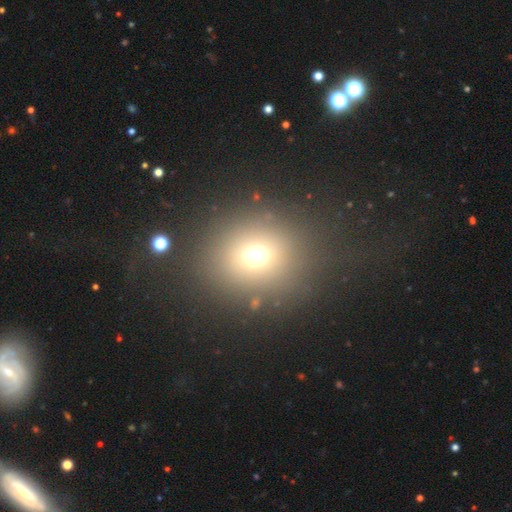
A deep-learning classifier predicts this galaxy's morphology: Smooth or featured: smooth — 68% (star or artifact — 21%)
How rounded: round — 73% (in between — 26%)
Merging: none — 80% (minor disturbance — 9%)